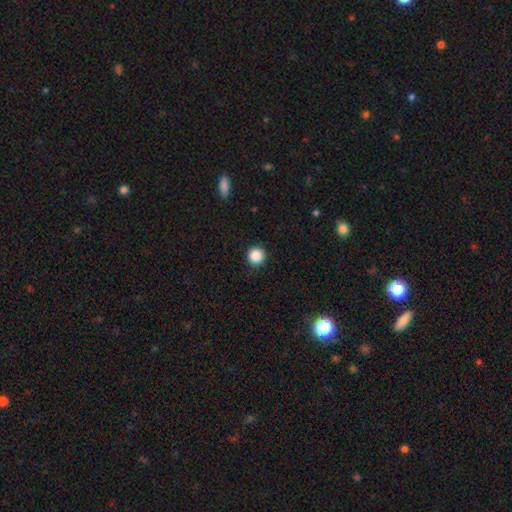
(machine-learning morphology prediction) Q: Smooth or featured?
A: smooth (88%); runner-up: star or artifact (10%)
Q: How rounded?
A: round (96%); runner-up: in between (3%)
Q: Merging?
A: none (92%); runner-up: minor disturbance (5%)